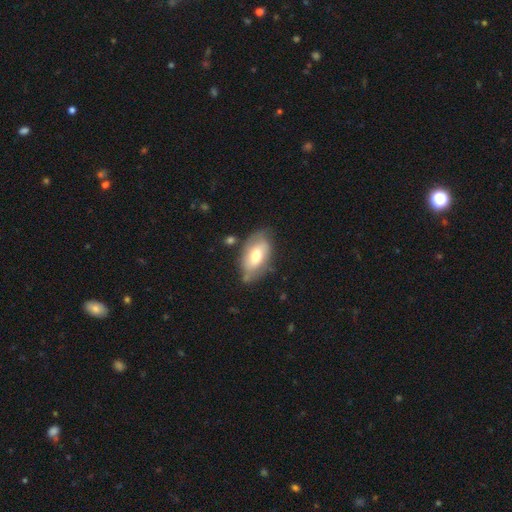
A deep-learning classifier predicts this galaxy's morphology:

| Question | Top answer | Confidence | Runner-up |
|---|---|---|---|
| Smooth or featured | smooth | 61% | featured or disk (33%) |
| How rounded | in between | 91% | round (6%) |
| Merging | none | 62% | minor disturbance (26%) |